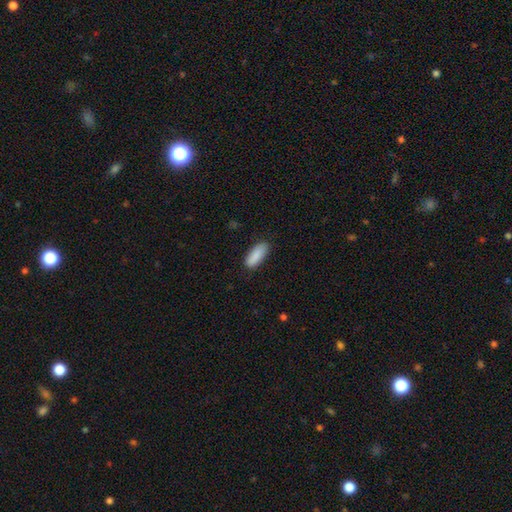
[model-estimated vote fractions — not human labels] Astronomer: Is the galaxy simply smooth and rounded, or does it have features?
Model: smooth — 90%.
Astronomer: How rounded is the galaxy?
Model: in between — 71%.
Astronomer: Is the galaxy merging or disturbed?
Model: none — 85%.